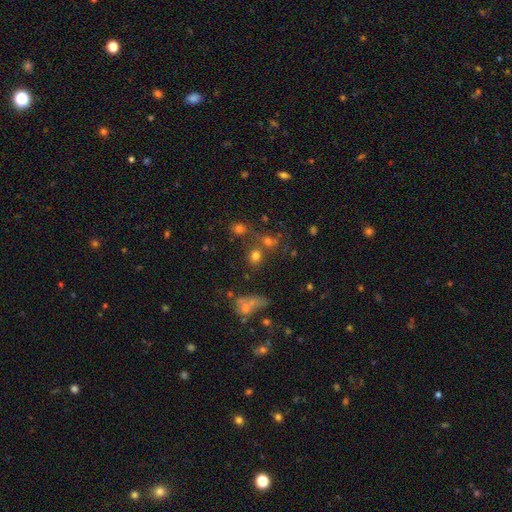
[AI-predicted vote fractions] Smooth or featured? smooth (71%)
How rounded? round (76%)
Merging? none (59%)